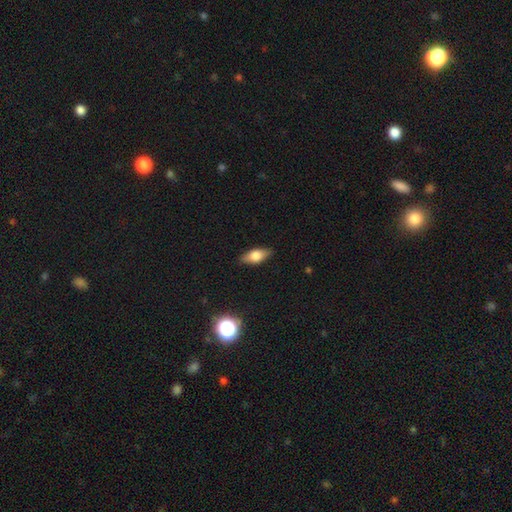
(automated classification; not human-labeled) This is likely a smooth galaxy (63%). How rounded: likely in between (78%). Merging: clearly none (86%).